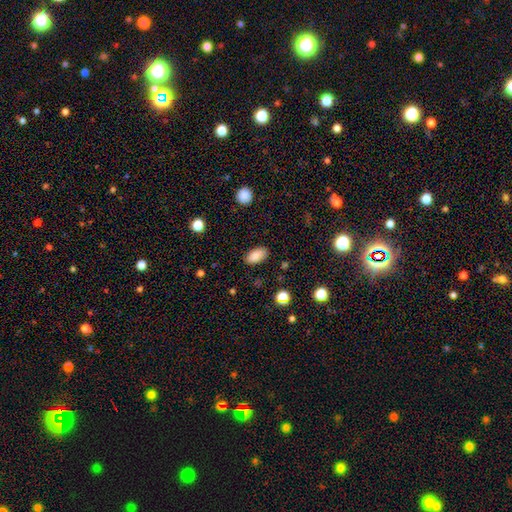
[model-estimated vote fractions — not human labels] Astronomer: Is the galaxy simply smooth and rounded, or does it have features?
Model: smooth — 87%.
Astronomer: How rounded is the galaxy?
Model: in between — 93%.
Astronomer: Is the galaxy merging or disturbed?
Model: none — 87%.